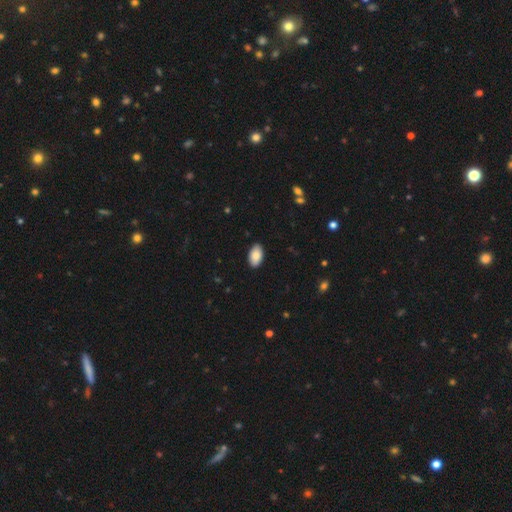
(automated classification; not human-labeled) smooth 88%, star or artifact 6%, featured or disk 6%. Down the decision tree: how rounded — in between (95%); merging — none (90%).